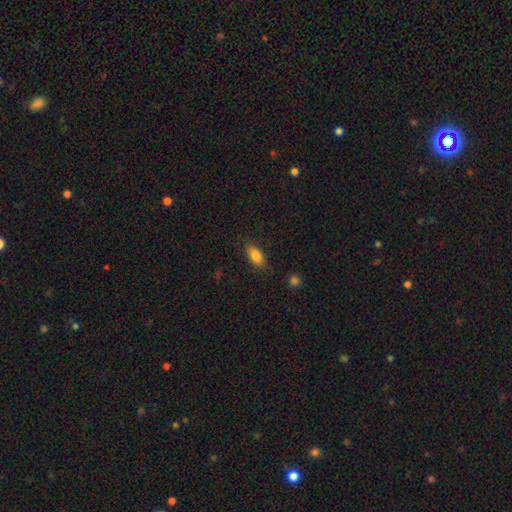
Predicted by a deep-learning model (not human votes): smooth_or_featured: smooth (p=0.83) [alt: featured or disk p=0.09]
how_rounded: in between (p=0.88) [alt: cigar-shaped p=0.08]
merging: none (p=0.85) [alt: minor disturbance p=0.11]